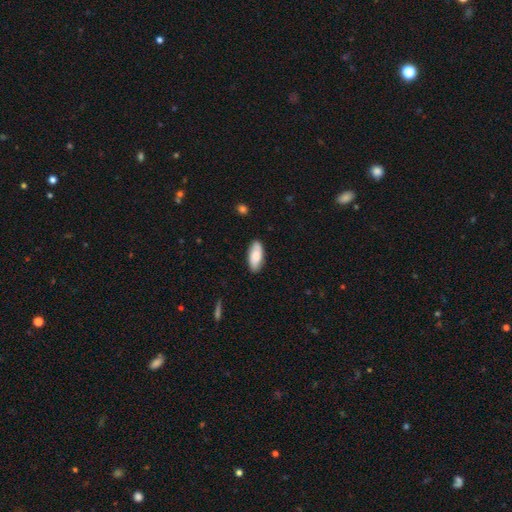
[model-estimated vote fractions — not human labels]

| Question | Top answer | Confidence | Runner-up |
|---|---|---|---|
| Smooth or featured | smooth | 83% | featured or disk (11%) |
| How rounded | in between | 84% | cigar-shaped (14%) |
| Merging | none | 87% | minor disturbance (10%) |